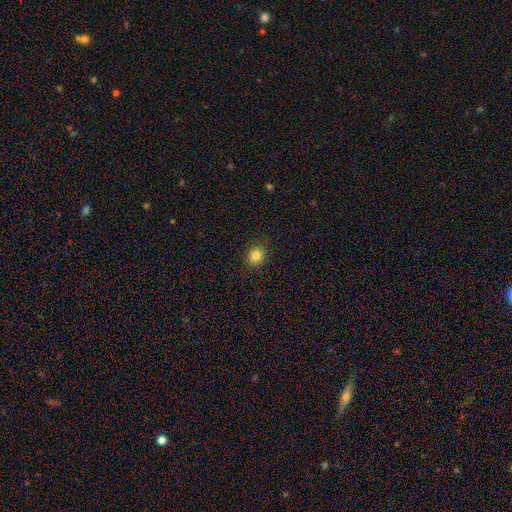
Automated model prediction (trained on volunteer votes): This is clearly a smooth galaxy (83%). How rounded: likely round (77%). Merging: clearly none (89%).